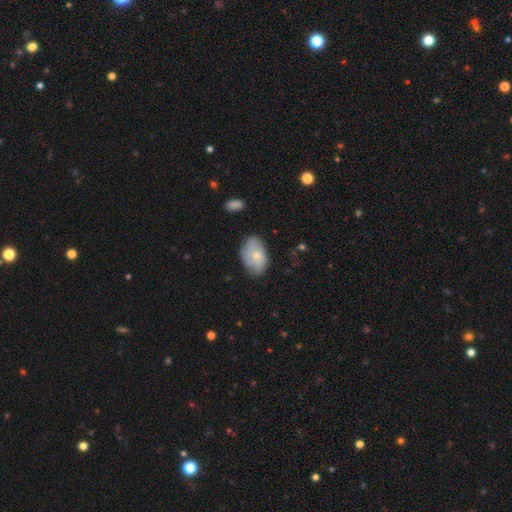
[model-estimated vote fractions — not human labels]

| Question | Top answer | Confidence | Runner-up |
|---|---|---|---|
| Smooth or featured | smooth | 67% | featured or disk (26%) |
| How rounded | in between | 88% | round (11%) |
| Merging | none | 64% | minor disturbance (28%) |